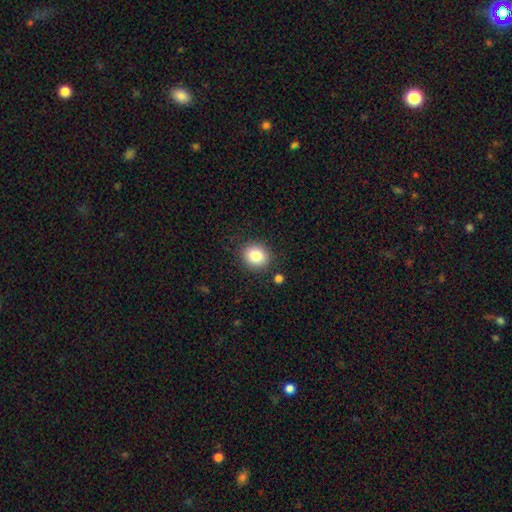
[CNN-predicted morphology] Q: Smooth or featured?
A: smooth (83%); runner-up: star or artifact (10%)
Q: How rounded?
A: round (71%); runner-up: in between (28%)
Q: Merging?
A: none (87%); runner-up: minor disturbance (8%)